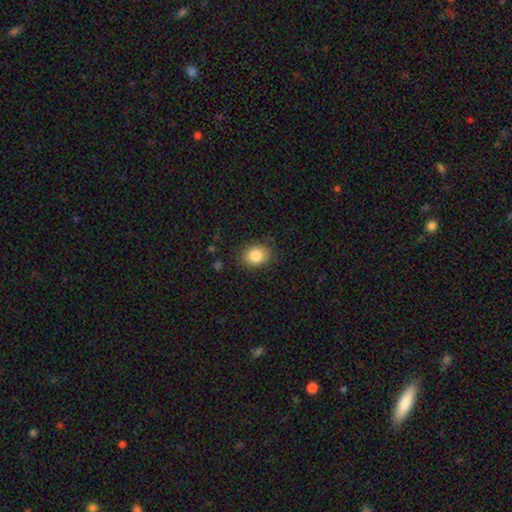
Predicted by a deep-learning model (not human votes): A smooth galaxy with no disk features (85%) that is in between round and cigar-shaped (50%). Merging: none (85%).